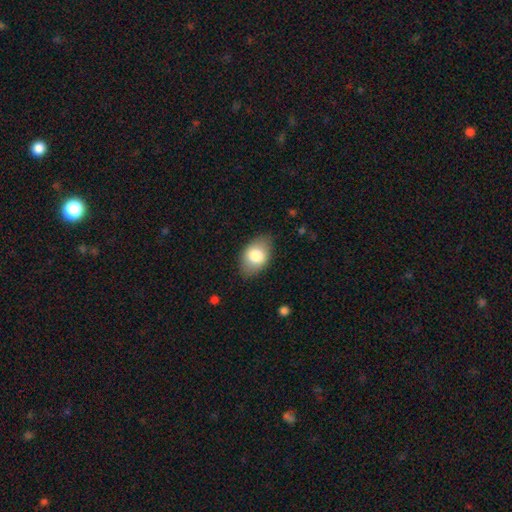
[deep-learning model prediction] The model was most divided on "smooth or featured": smooth: 78%, featured or disk: 15%, star or artifact: 7%. More confident: how rounded — in between (86%); merging — none (81%).